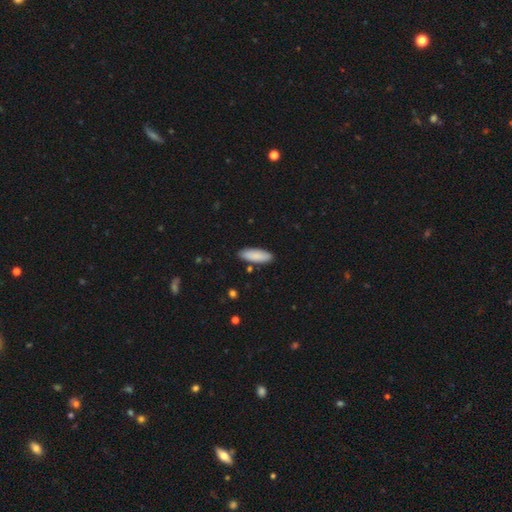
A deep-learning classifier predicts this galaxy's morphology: Smooth or featured? Predicted: smooth (p=0.88). How rounded? Predicted: in between (p=0.65). Merging? Predicted: none (p=0.87).